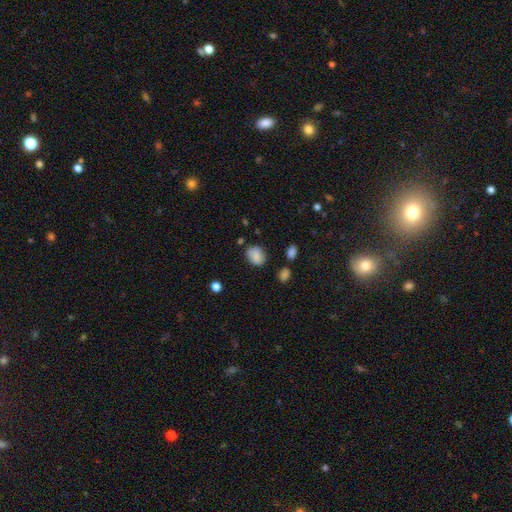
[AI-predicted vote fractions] This appears to be a smooth galaxy with no disk features (81%) that is in between round and cigar-shaped (56%). Merging: none (71%).